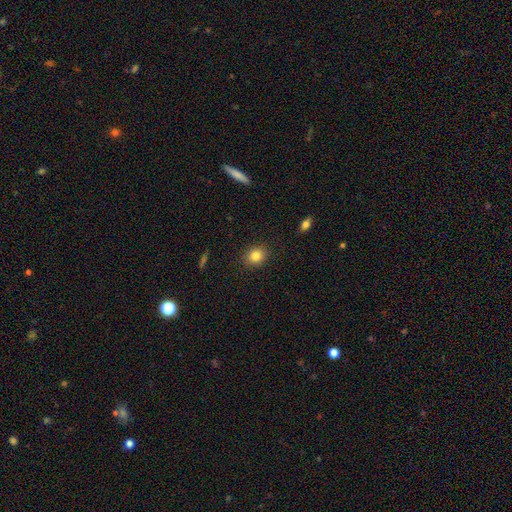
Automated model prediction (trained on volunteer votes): Smooth or featured?
  - smooth: 83% *
  - star or artifact: 10%
  - featured or disk: 7%
How rounded?
  - round: 64% *
  - in between: 35%
  - cigar-shaped: 1%
Merging?
  - none: 89% *
  - minor disturbance: 8%
  - major disturbance: 2%
  - merger: 1%